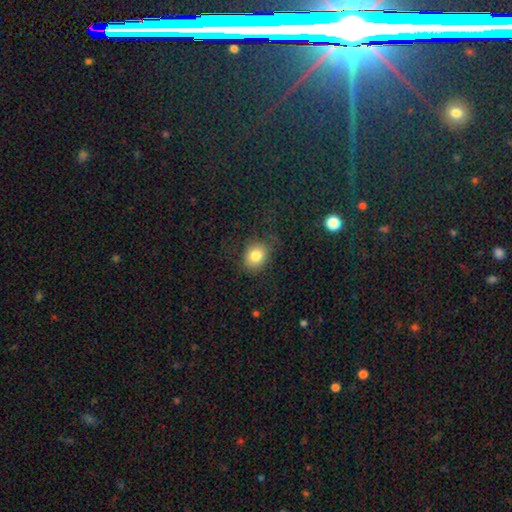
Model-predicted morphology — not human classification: The model was most divided on "how rounded": round: 58%, in between: 41%, cigar-shaped: 1%. More confident: smooth or featured — smooth (81%); merging — none (76%).